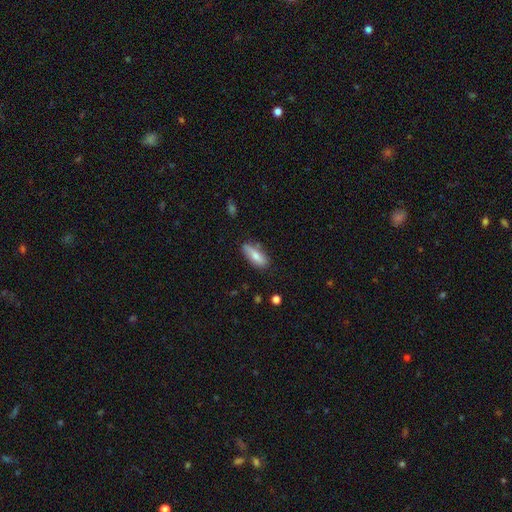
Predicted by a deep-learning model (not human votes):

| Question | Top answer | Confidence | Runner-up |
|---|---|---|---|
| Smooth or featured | smooth | 75% | featured or disk (18%) |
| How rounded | in between | 66% | cigar-shaped (32%) |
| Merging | none | 71% | minor disturbance (21%) |